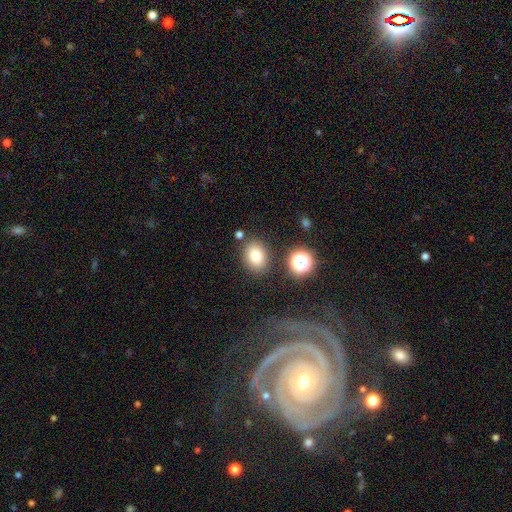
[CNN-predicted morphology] The model was most divided on "how rounded": in between: 62%, round: 37%, cigar-shaped: 1%. More confident: smooth or featured — smooth (81%); merging — none (81%).